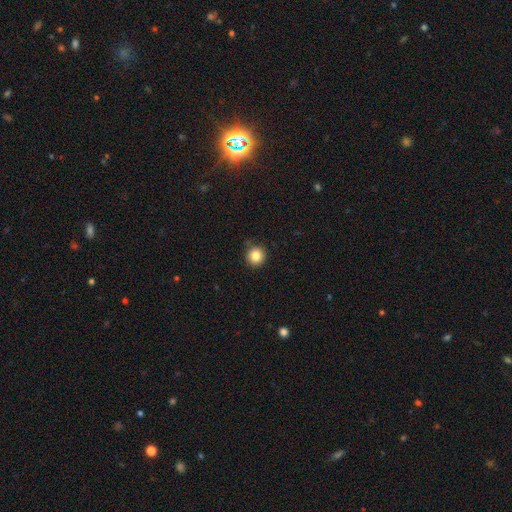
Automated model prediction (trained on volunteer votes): Smooth or featured? smooth (83%)
How rounded? round (93%)
Merging? none (87%)